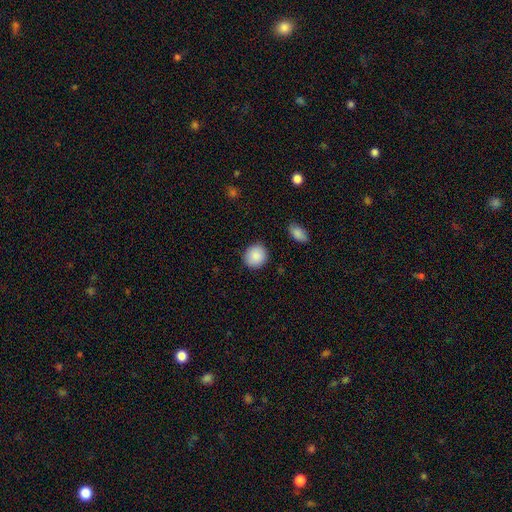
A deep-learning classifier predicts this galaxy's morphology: smooth_or_featured: smooth (p=0.89) [alt: star or artifact p=0.07]
how_rounded: round (p=0.85) [alt: in between p=0.14]
merging: none (p=0.89) [alt: minor disturbance p=0.08]